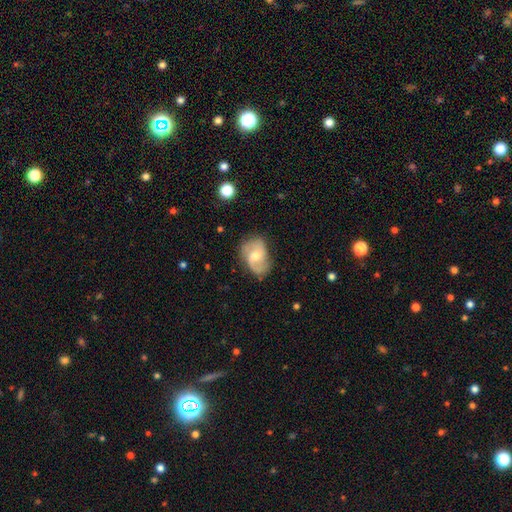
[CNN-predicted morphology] featured or disk 70%, smooth 23%, star or artifact 6%. Down the decision tree: edge-on disk — no (97%); bar — no (48%); spiral arms — yes (91%); spiral arm count — 2 (83%); spiral winding — medium (45%); bulge size — moderate (59%); merging — none (68%).